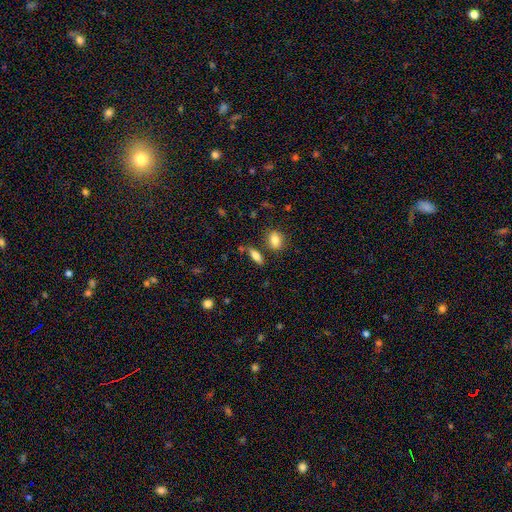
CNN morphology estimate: Smooth or featured?
  - smooth: 76% *
  - featured or disk: 16%
  - star or artifact: 8%
How rounded?
  - in between: 68% *
  - cigar-shaped: 27%
  - round: 5%
Merging?
  - none: 75% *
  - minor disturbance: 11%
  - merger: 10%
  - major disturbance: 4%